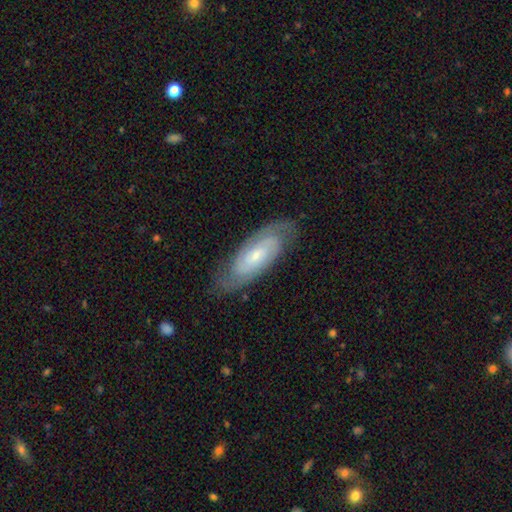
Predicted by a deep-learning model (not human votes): Smooth or featured? Predicted: featured or disk (p=0.79). Edge-on disk? Predicted: no (p=0.90). Bar? Predicted: no (p=0.55). Spiral arms? Predicted: yes (p=0.94). Spiral winding? Predicted: tight (p=0.59). Spiral arm count? Predicted: 2 (p=0.72). Bulge size? Predicted: small (p=0.71). Merging? Predicted: none (p=0.80).